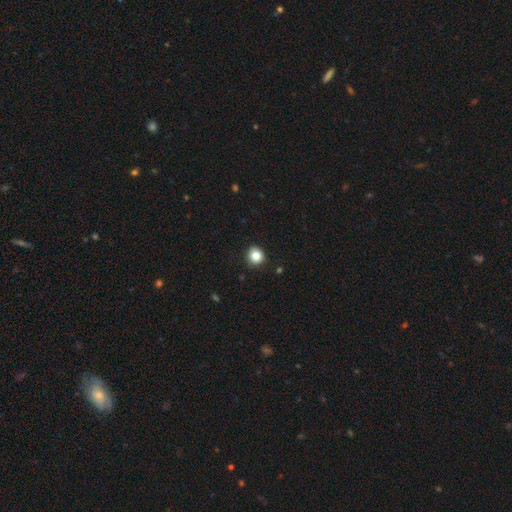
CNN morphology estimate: A smooth galaxy with no disk features (85%) that is round (87%).

Vote fractions:
- Smooth or featured? smooth: 85% / star or artifact: 10% / featured or disk: 5%
- How rounded? round: 87% / in between: 12% / cigar-shaped: 1%
- Merging? none: 89% / minor disturbance: 8% / major disturbance: 2% / merger: 1%